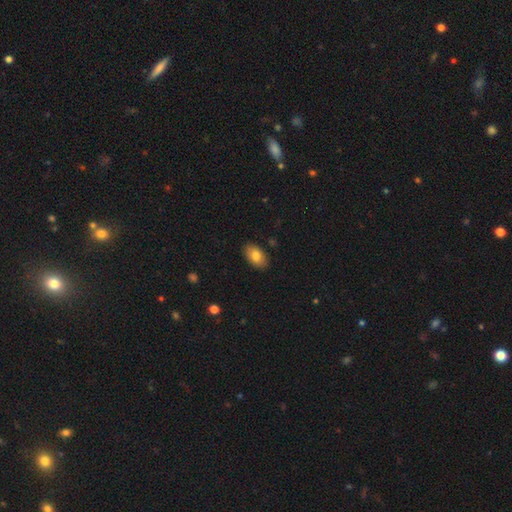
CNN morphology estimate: Smooth or featured?
  - smooth: 79% *
  - featured or disk: 14%
  - star or artifact: 7%
How rounded?
  - in between: 92% *
  - round: 7%
  - cigar-shaped: 1%
Merging?
  - none: 88% *
  - minor disturbance: 9%
  - major disturbance: 2%
  - merger: 1%